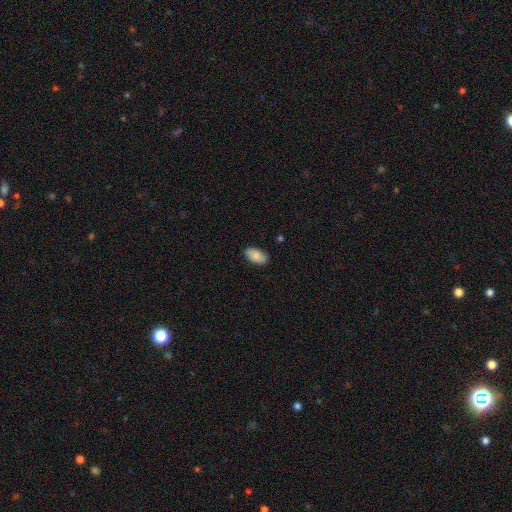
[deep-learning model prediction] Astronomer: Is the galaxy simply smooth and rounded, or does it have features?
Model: smooth — 86%.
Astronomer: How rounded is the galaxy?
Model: in between — 95%.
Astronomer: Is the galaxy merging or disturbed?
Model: none — 86%.